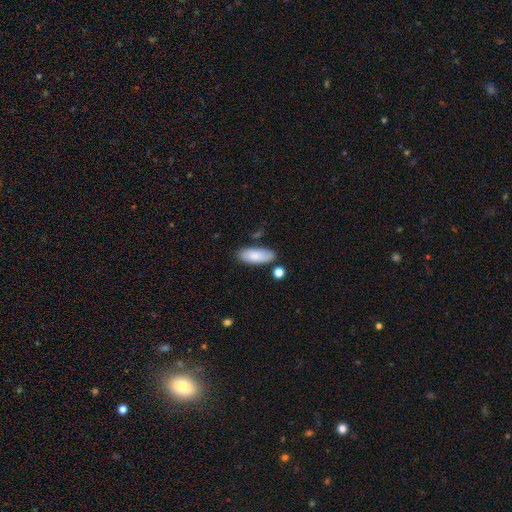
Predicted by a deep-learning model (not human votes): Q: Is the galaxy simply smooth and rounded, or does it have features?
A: smooth — 84%.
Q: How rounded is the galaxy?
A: in between — 80%.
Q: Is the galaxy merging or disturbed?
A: none — 78%.